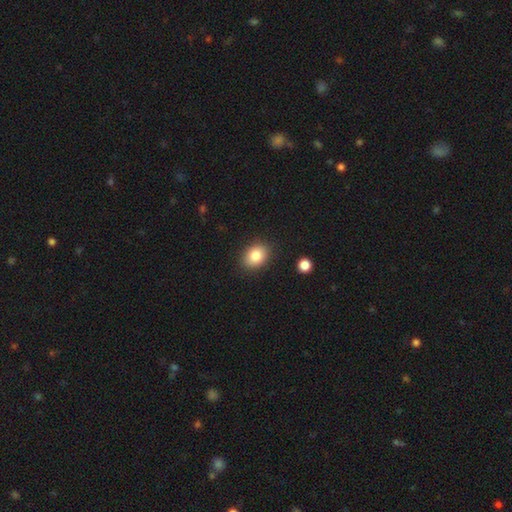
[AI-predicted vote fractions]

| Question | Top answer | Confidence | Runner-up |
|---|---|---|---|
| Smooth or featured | smooth | 83% | star or artifact (9%) |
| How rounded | in between | 62% | round (37%) |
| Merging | none | 87% | minor disturbance (9%) |